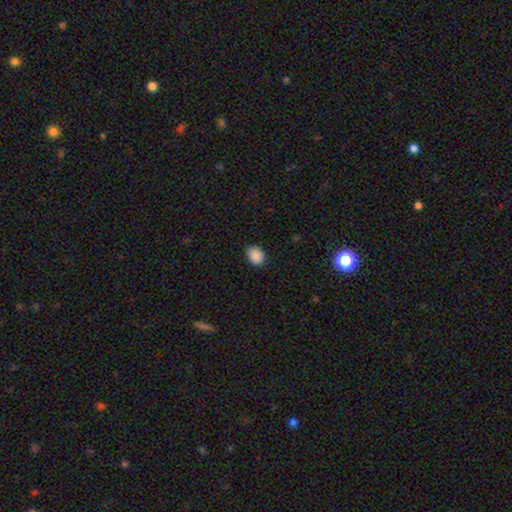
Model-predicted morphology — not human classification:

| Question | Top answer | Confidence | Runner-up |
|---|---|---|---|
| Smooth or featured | smooth | 89% | star or artifact (9%) |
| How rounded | in between | 59% | round (40%) |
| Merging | none | 83% | minor disturbance (13%) |